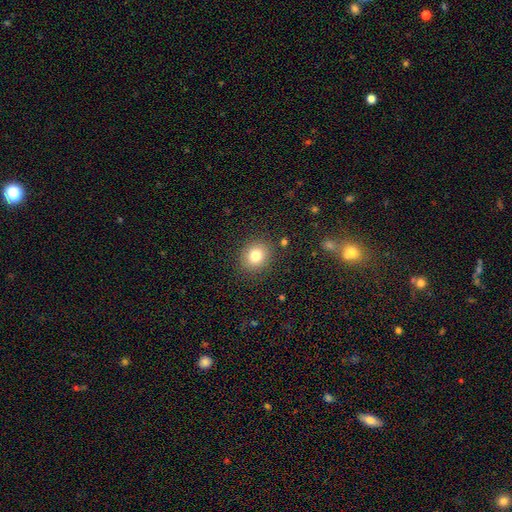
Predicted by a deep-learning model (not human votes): smooth 79%, star or artifact 12%, featured or disk 9%. Down the decision tree: how rounded — round (71%); merging — none (87%).